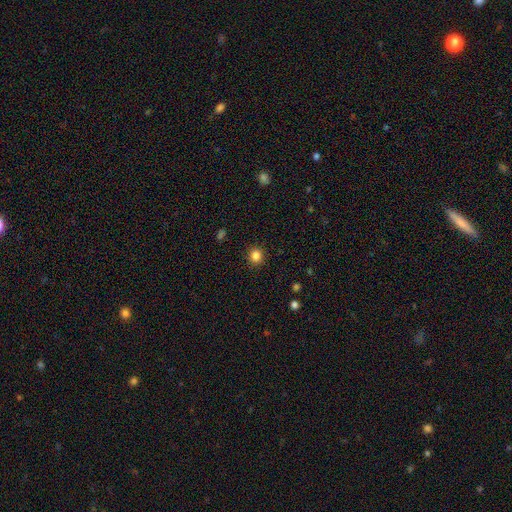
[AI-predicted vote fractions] smooth_or_featured: smooth (p=0.84) [alt: star or artifact p=0.12]
how_rounded: round (p=0.91) [alt: in between p=0.08]
merging: none (p=0.91) [alt: minor disturbance p=0.06]